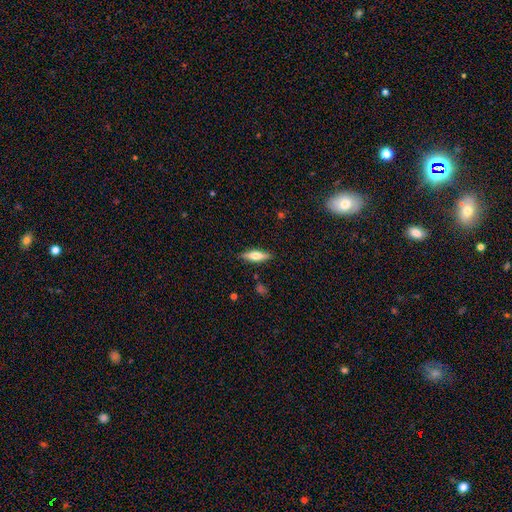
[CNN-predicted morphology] Smooth or featured: smooth — 58% (featured or disk — 35%)
How rounded: cigar-shaped — 54% (in between — 43%)
Merging: none — 87% (minor disturbance — 9%)